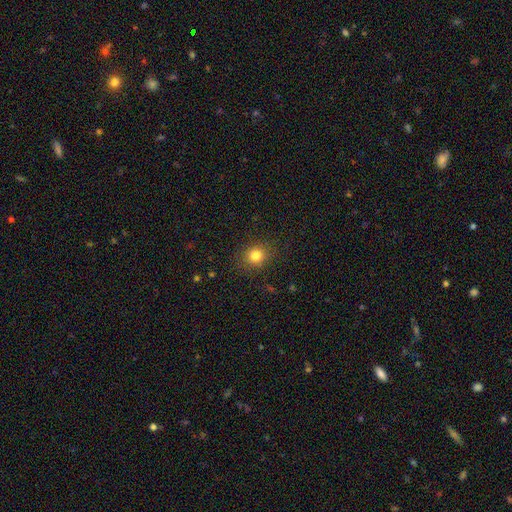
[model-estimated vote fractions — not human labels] This is clearly a smooth galaxy (81%). How rounded: likely round (79%). Merging: clearly none (86%).